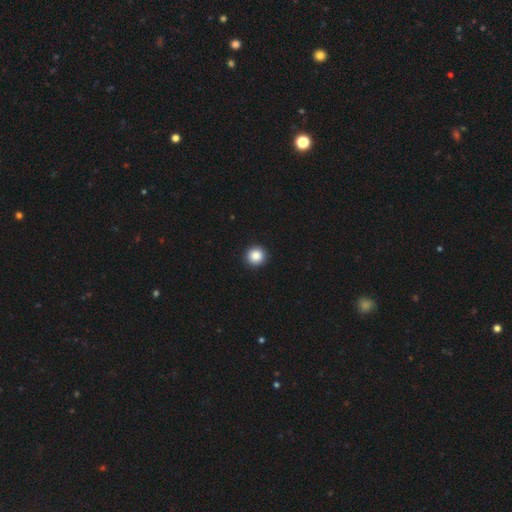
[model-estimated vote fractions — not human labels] This is clearly a smooth galaxy (87%). How rounded: clearly round (95%). Merging: clearly none (94%).